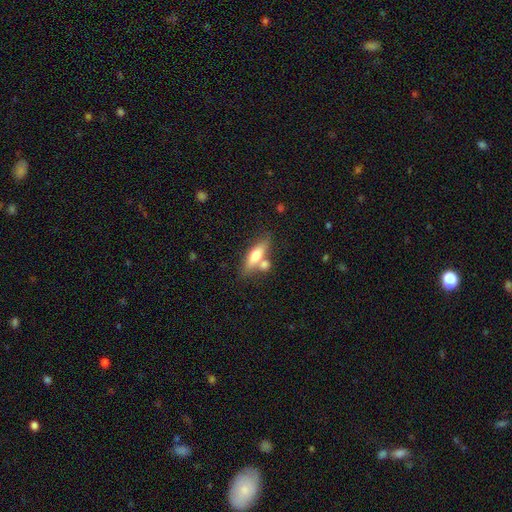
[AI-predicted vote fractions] A smooth galaxy with no disk features (64%) that is in between round and cigar-shaped (51%).

Vote fractions:
- Smooth or featured? smooth: 64% / featured or disk: 29% / star or artifact: 7%
- How rounded? in between: 51% / cigar-shaped: 46% / round: 4%
- Merging? none: 56% / merger: 26% / minor disturbance: 13% / major disturbance: 5%